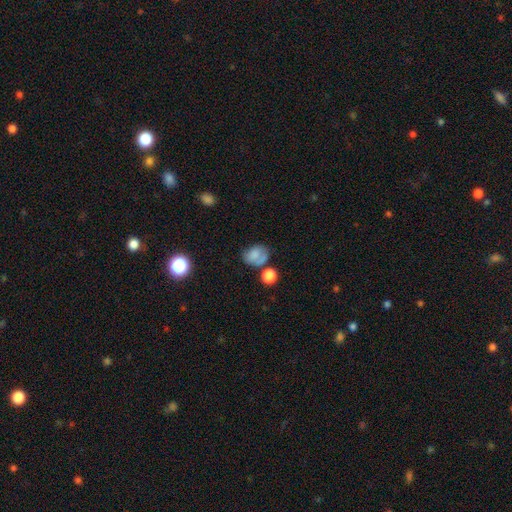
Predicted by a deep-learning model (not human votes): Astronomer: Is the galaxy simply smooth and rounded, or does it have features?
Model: smooth — 71%.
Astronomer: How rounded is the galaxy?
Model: in between — 64%.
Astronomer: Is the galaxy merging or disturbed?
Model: none — 44% (runner-up: minor disturbance, 25%).